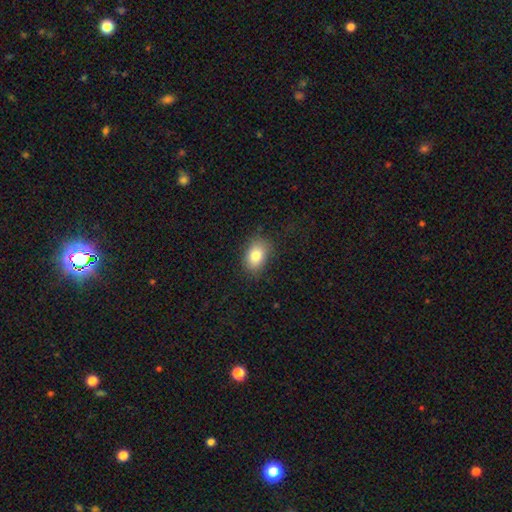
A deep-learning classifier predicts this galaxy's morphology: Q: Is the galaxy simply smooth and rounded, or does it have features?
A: smooth — 82%.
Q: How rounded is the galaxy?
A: in between — 82%.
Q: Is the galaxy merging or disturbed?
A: none — 80%.